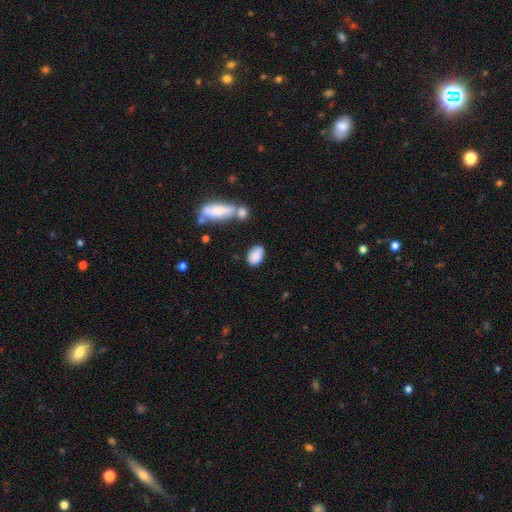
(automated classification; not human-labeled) This is clearly a smooth galaxy (85%). How rounded: clearly in between (89%). Merging: likely none (70%).